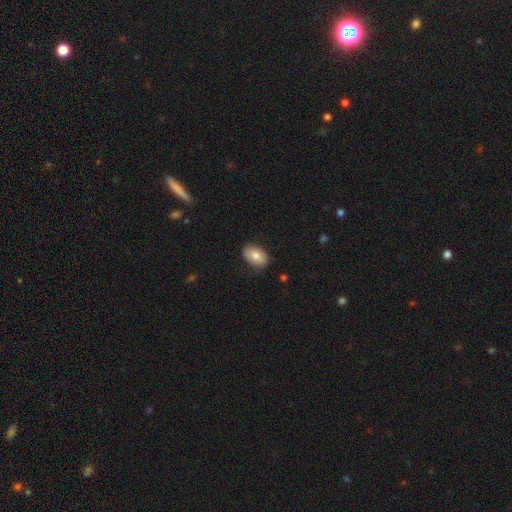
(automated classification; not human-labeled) Q: Smooth or featured?
A: smooth (75%); runner-up: featured or disk (18%)
Q: How rounded?
A: in between (88%); runner-up: round (11%)
Q: Merging?
A: none (79%); runner-up: minor disturbance (17%)